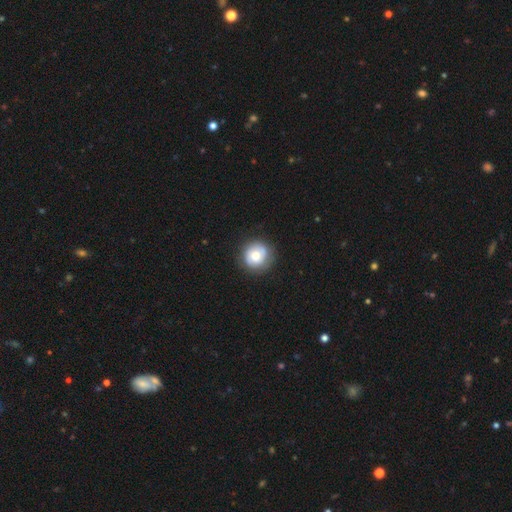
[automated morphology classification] Smooth or featured?
  - smooth: 56% *
  - featured or disk: 36%
  - star or artifact: 8%
How rounded?
  - round: 91% *
  - in between: 8%
  - cigar-shaped: 1%
Merging?
  - none: 82% *
  - minor disturbance: 13%
  - major disturbance: 4%
  - merger: 1%